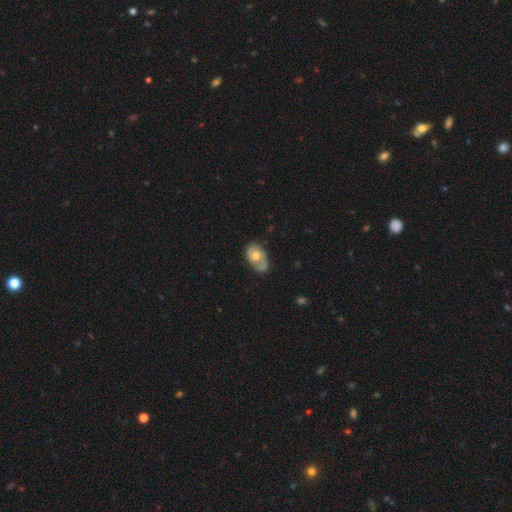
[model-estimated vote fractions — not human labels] Smooth or featured?
  - featured or disk: 50% *
  - smooth: 44%
  - star or artifact: 6%
Edge-on disk?
  - no: 93% *
  - yes: 7%
Merging?
  - none: 59% *
  - minor disturbance: 29%
  - major disturbance: 9%
  - merger: 3%